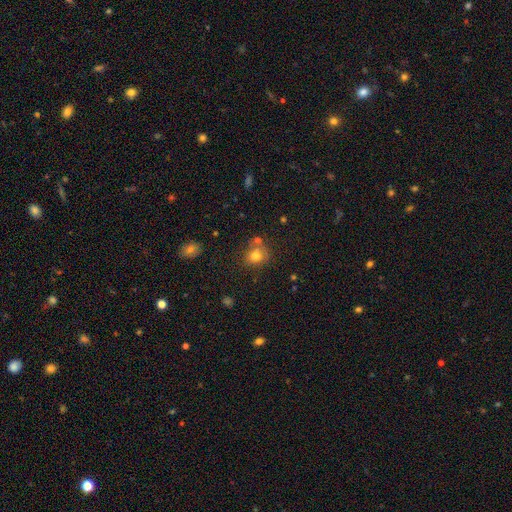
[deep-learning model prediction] Morphology: type=smooth (76%); roundness=round (72%); merging=none (61%).